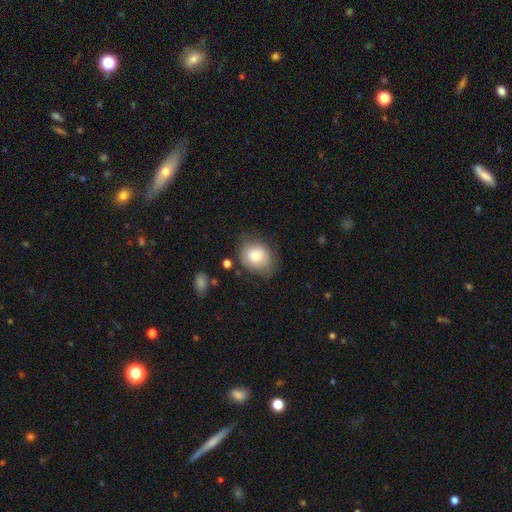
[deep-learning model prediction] This is likely a smooth galaxy (77%). How rounded: likely round (65%). Merging: likely none (65%).